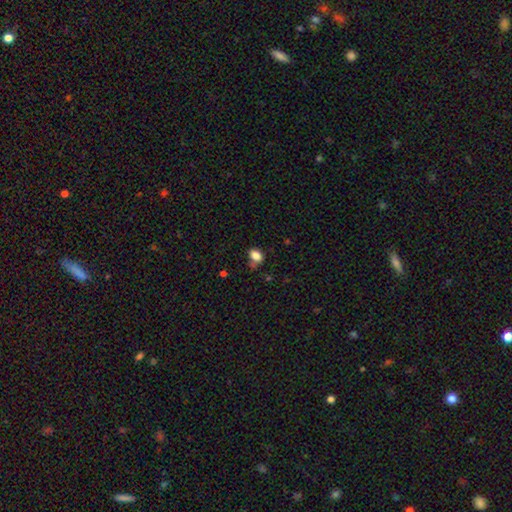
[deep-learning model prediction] This is clearly a smooth galaxy (85%). How rounded: likely in between (76%). Merging: likely none (64%).